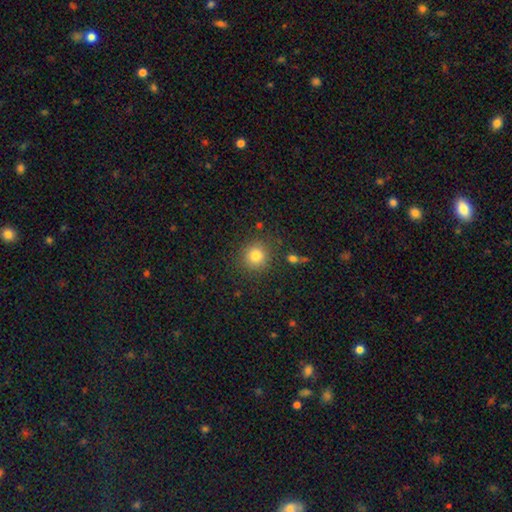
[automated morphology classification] smooth_or_featured: smooth (p=0.81) [alt: star or artifact p=0.13]
how_rounded: round (p=0.92) [alt: in between p=0.07]
merging: none (p=0.87) [alt: minor disturbance p=0.08]